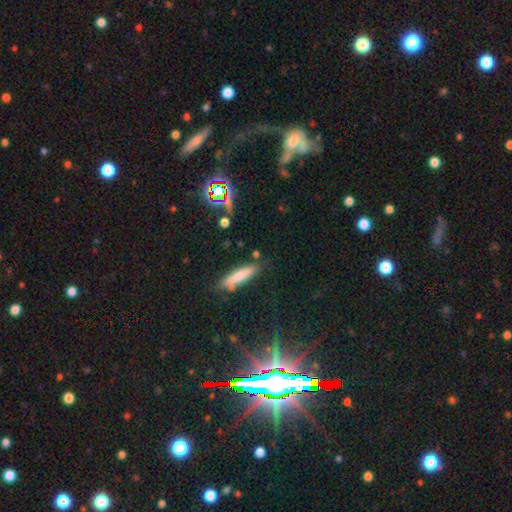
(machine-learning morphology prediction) This appears to be a smooth galaxy with no disk features (53%) that is cigar-shaped (80%). Merging: none (78%).